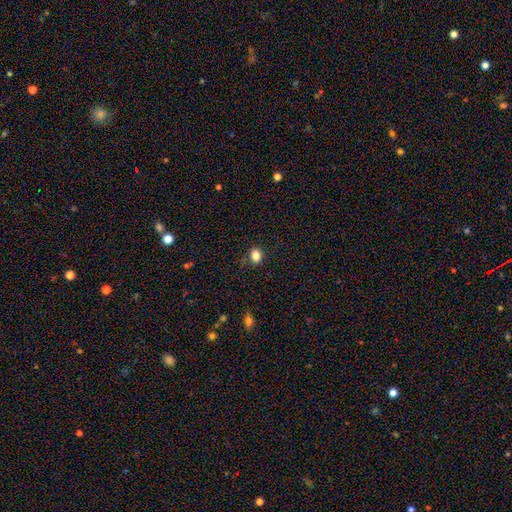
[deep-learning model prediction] smooth 84%, star or artifact 11%, featured or disk 5%. Down the decision tree: how rounded — in between (63%); merging — none (82%).